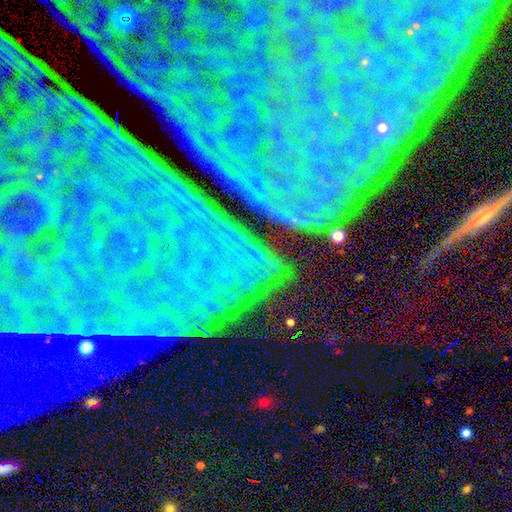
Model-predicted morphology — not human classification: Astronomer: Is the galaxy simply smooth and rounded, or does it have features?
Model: star or artifact — 79%.